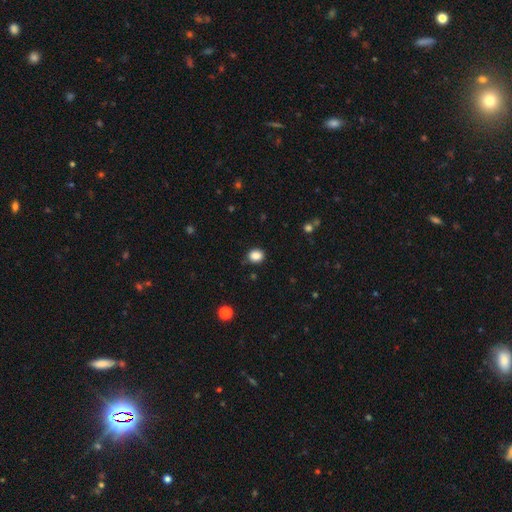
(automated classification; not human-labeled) Smooth or featured? Predicted: smooth (p=0.86). How rounded? Predicted: round (p=0.60). Merging? Predicted: none (p=0.86).